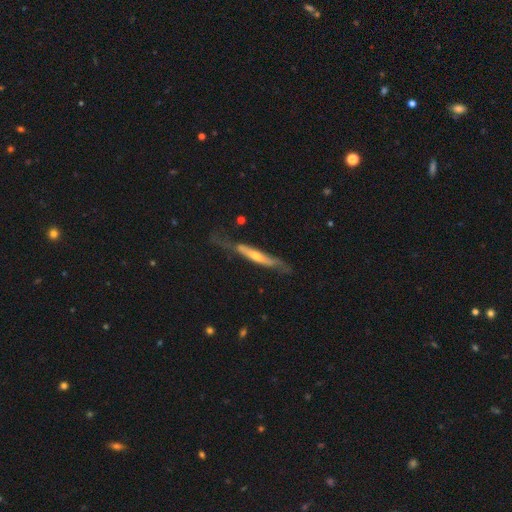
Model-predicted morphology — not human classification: Overall: featured or disk (63%; smooth 32%). Edge-on disk: yes (80%). Edge-on bulge: rounded (58%; none 33%). Merging: none (54%; minor disturbance 26%).